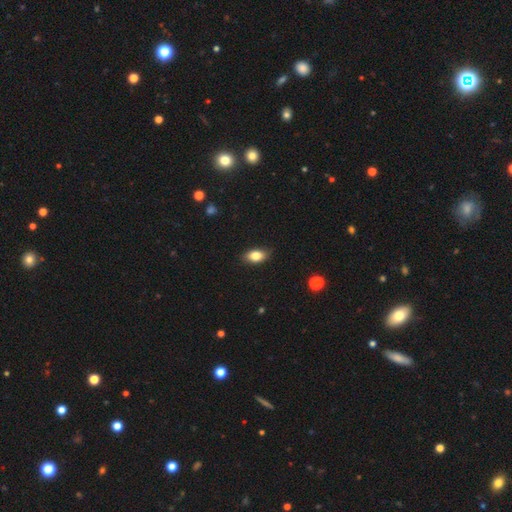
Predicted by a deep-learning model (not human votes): This is clearly a smooth galaxy (83%). How rounded: clearly in between (89%). Merging: clearly none (85%).